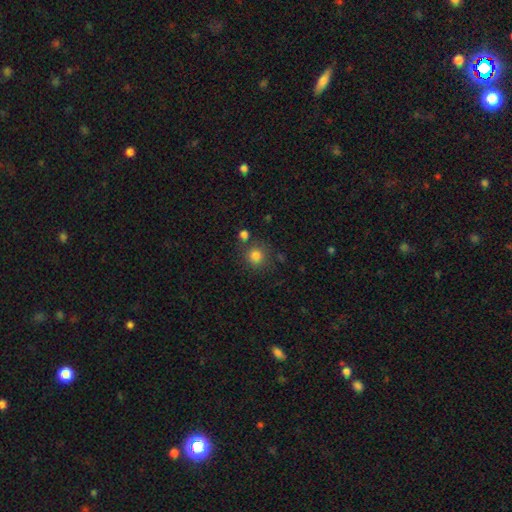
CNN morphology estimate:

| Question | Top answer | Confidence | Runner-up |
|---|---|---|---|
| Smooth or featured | smooth | 82% | star or artifact (13%) |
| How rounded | round | 92% | in between (8%) |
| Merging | none | 77% | minor disturbance (10%) |